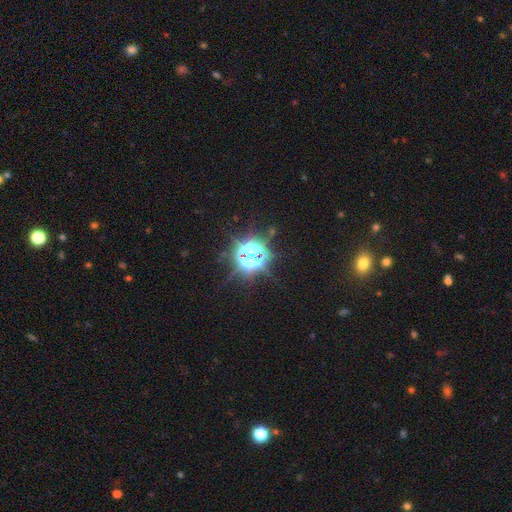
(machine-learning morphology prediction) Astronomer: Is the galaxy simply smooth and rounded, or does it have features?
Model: star or artifact — 81%.